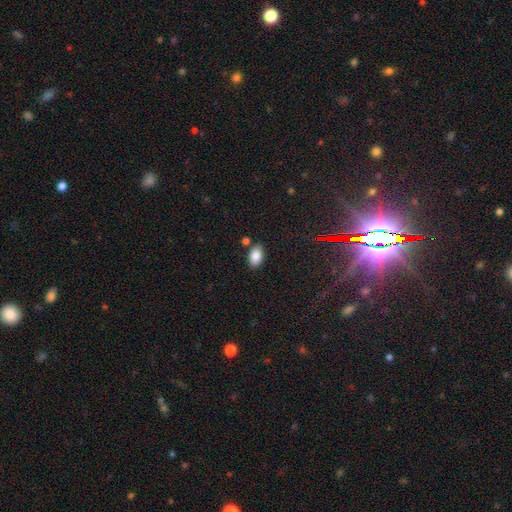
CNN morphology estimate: Smooth or featured? Predicted: smooth (p=0.85). How rounded? Predicted: in between (p=0.92). Merging? Predicted: none (p=0.80).